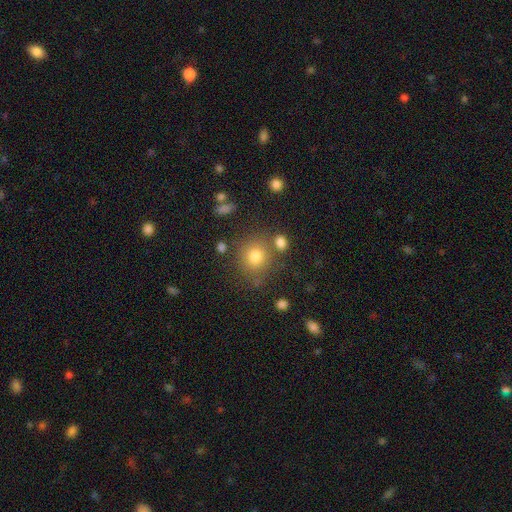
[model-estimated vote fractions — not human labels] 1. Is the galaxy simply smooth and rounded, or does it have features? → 76% smooth, 15% star or artifact, 9% featured or disk.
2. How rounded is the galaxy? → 86% round, 13% in between, 1% cigar-shaped.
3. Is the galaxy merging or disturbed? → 75% none, 11% minor disturbance, 10% merger, 4% major disturbance.